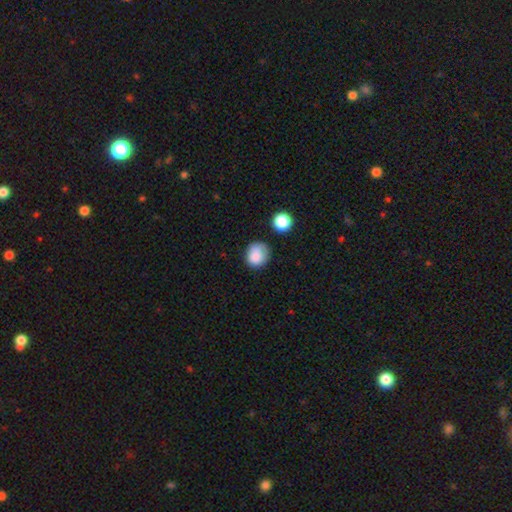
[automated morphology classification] smooth-or-featured: smooth: 84% | star or artifact: 9% | featured or disk: 7%
  how-rounded: round: 75% | in between: 24% | cigar-shaped: 1%
  merging: none: 64% | minor disturbance: 25% | major disturbance: 7% | merger: 5%